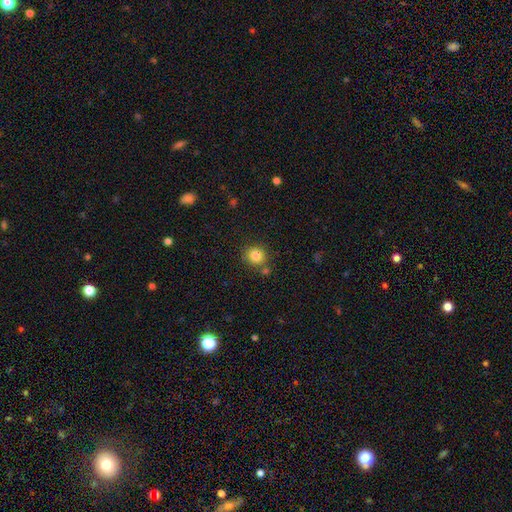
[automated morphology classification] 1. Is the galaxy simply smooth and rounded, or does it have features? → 84% smooth, 10% star or artifact, 6% featured or disk.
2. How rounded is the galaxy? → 88% round, 11% in between, 1% cigar-shaped.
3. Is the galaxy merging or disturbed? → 78% none, 10% minor disturbance, 9% merger, 3% major disturbance.